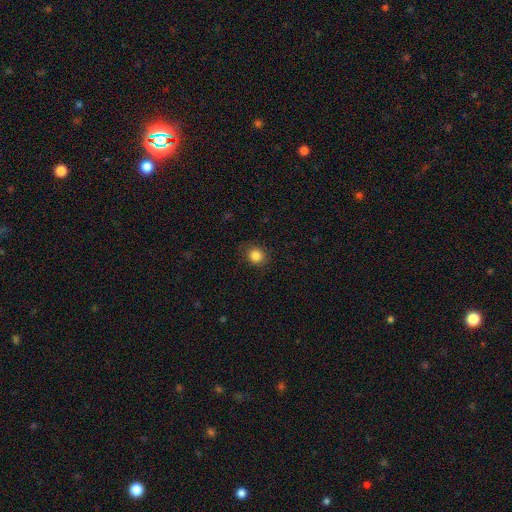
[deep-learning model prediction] smooth-or-featured: smooth: 84% | star or artifact: 11% | featured or disk: 5%
  how-rounded: round: 80% | in between: 19% | cigar-shaped: 1%
  merging: none: 86% | minor disturbance: 10% | major disturbance: 3% | merger: 1%